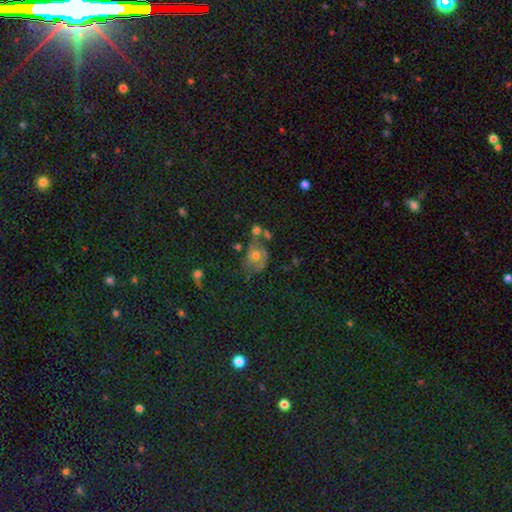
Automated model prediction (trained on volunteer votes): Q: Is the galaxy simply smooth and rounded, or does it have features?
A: smooth — 55%.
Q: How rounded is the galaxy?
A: round — 58%.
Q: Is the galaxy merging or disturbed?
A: none — 37%.